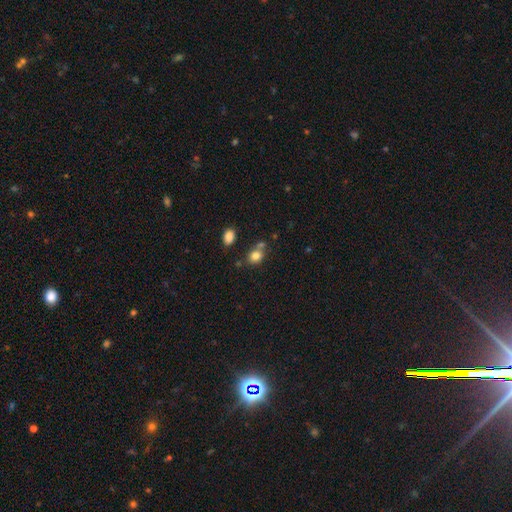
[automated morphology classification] Overall: smooth (81%). How rounded: round (50%; in between 49%). Merging: none (57%; merger 23%).